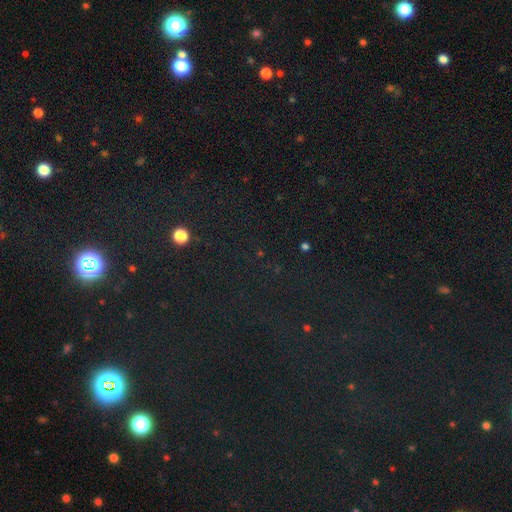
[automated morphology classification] This appears to be a star or artifact, not a galaxy (79%).